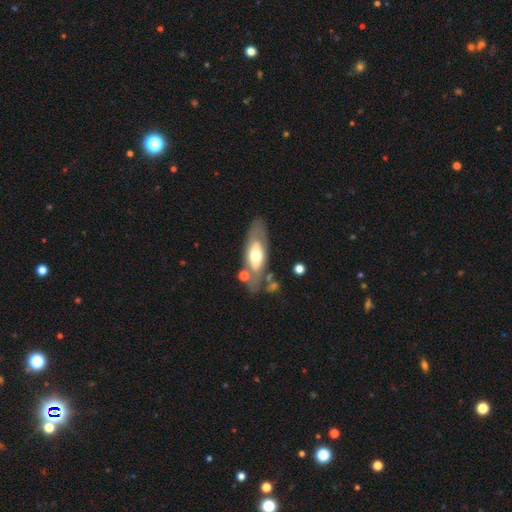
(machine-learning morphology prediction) Smooth or featured? Predicted: featured or disk (p=0.51). Edge-on disk? Predicted: no (p=0.73). Merging? Predicted: none (p=0.70).